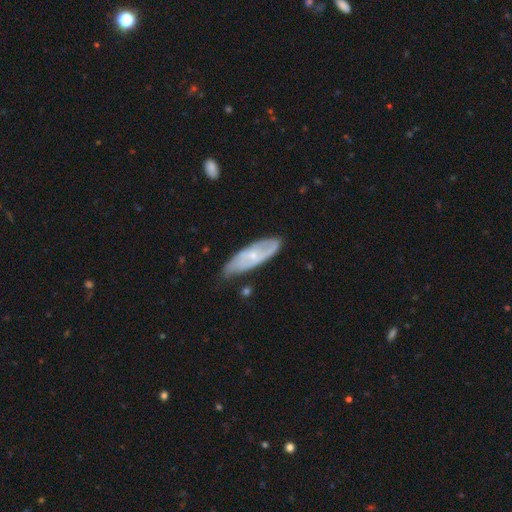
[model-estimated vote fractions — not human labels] This is likely a featured or disk galaxy (63%). It is likely not viewed edge-on (76%). Merging: likely none (71%).